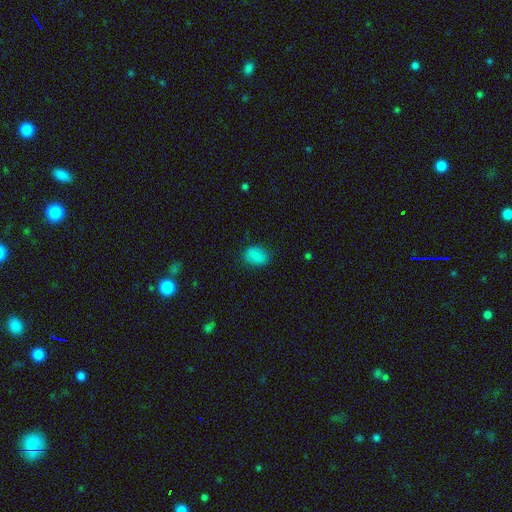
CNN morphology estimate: This is clearly a smooth galaxy (85%). How rounded: likely in between (76%). Merging: clearly none (81%).